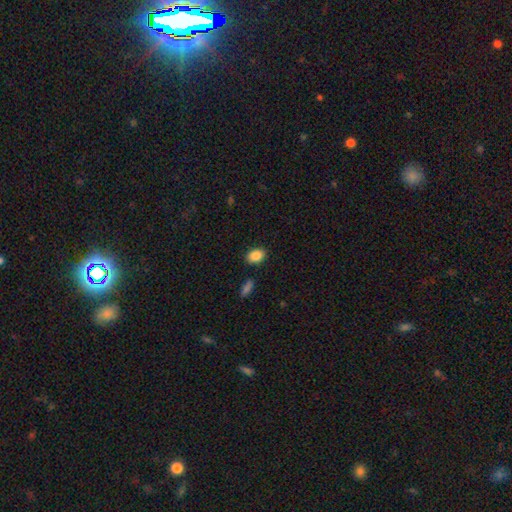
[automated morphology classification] A smooth galaxy with no disk features (87%) that is in between round and cigar-shaped (79%). Merging: none (86%).